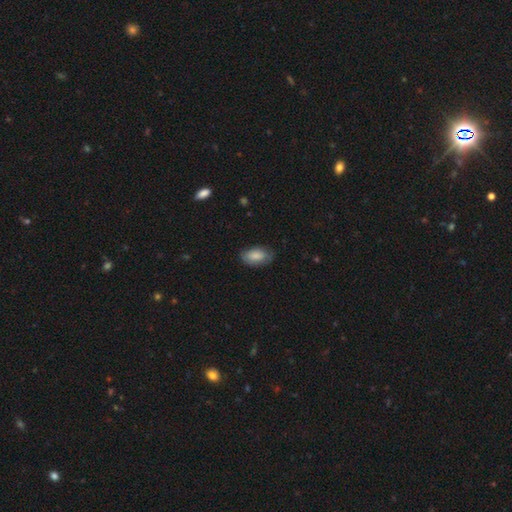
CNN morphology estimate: Overall: smooth (81%). How rounded: in between (93%). Merging: none (72%).